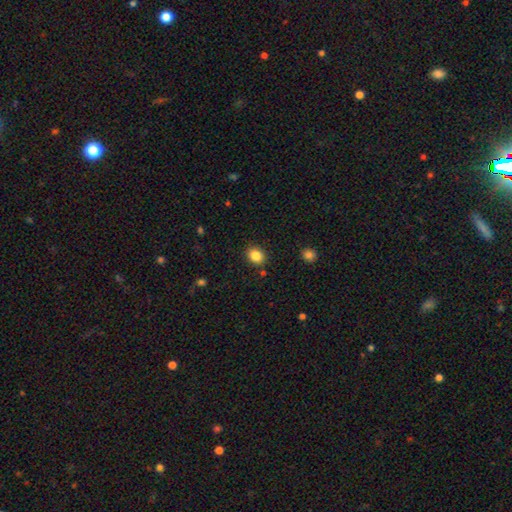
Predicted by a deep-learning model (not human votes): Smooth or featured: smooth — 85% (star or artifact — 10%)
How rounded: round — 50% (tied with in between — 50%)
Merging: none — 87% (minor disturbance — 8%)